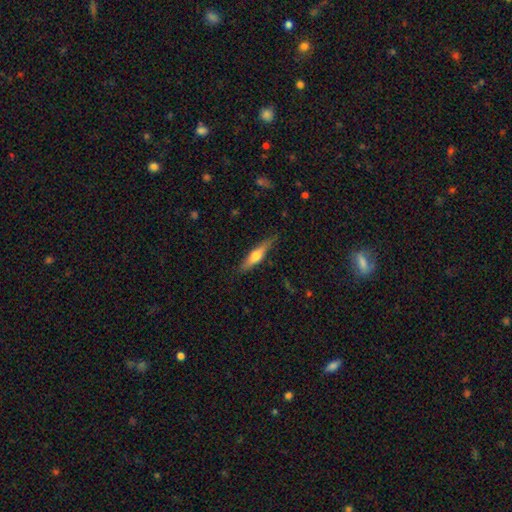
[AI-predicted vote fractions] Smooth or featured? smooth (49%)
Merging? none (80%)